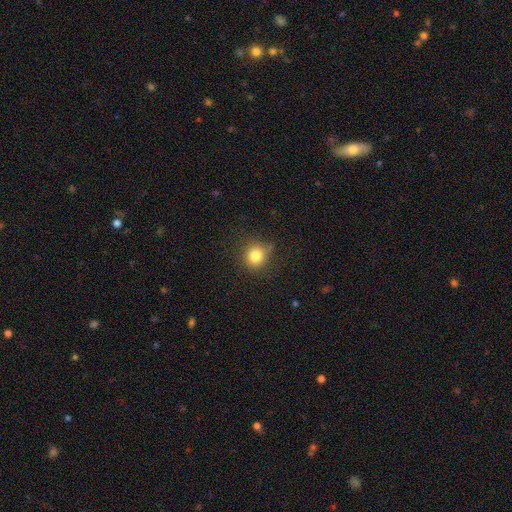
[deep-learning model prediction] Smooth or featured? Predicted: smooth (p=0.81). How rounded? Predicted: round (p=0.89). Merging? Predicted: none (p=0.79).